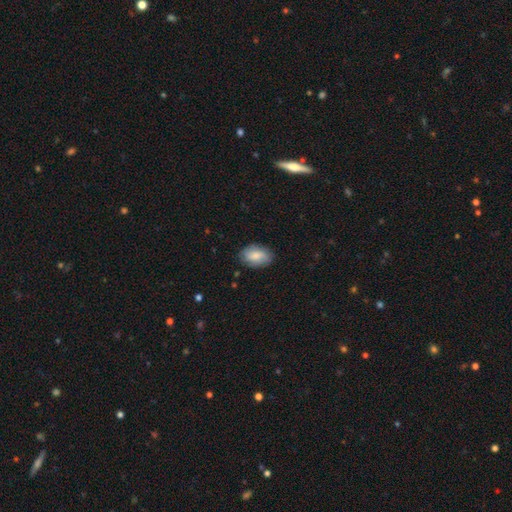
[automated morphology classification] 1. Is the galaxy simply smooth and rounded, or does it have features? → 74% smooth, 19% featured or disk, 7% star or artifact.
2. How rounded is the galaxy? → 88% in between, 11% round, 1% cigar-shaped.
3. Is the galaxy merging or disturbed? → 81% none, 15% minor disturbance, 3% major disturbance, 1% merger.